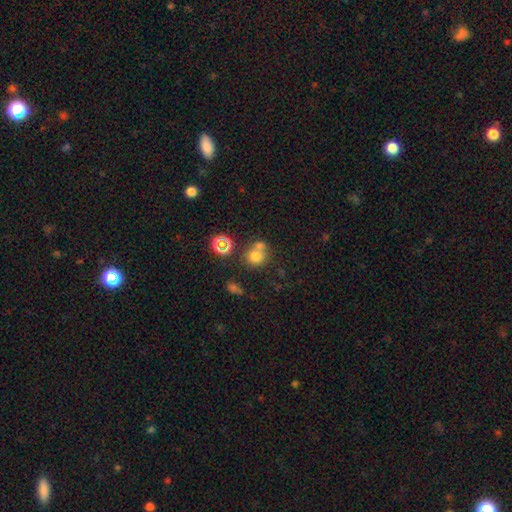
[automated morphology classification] This is likely a smooth galaxy (71%). How rounded: clearly round (83%). Merging: possibly none (47%).